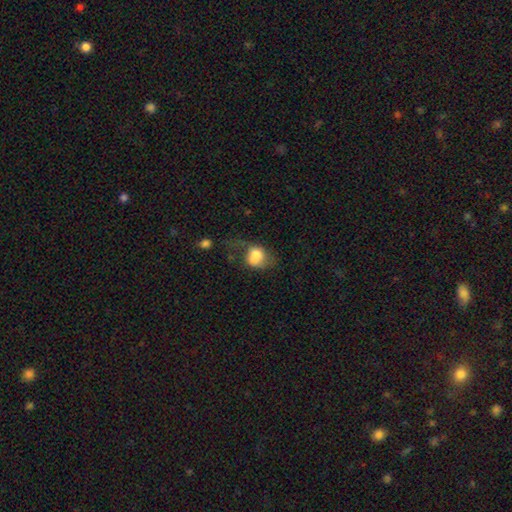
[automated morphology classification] The model was most divided on "how rounded": in between: 53%, round: 45%, cigar-shaped: 1%. Remaining: smooth or featured — smooth (71%); merging — major disturbance (33%).